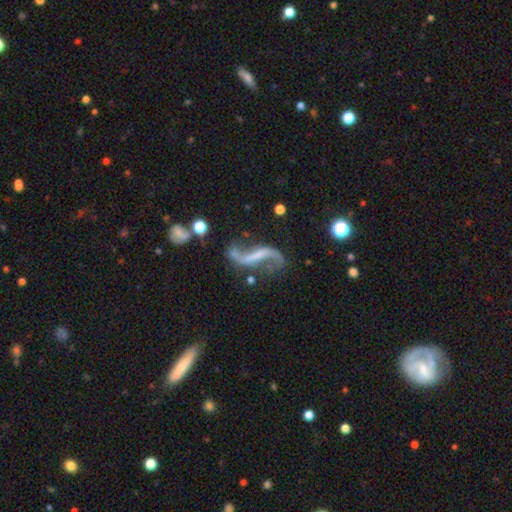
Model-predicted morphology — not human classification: The model was most divided on "bar": strong: 44%, weak: 32%, no: 24%. More confident: edge-on disk — no (93%); spiral winding — loose (93%); spiral arm count — 2 (92%); spiral arms — yes (92%); smooth or featured — featured or disk (86%); bulge size — none (60%); merging — none (60%).